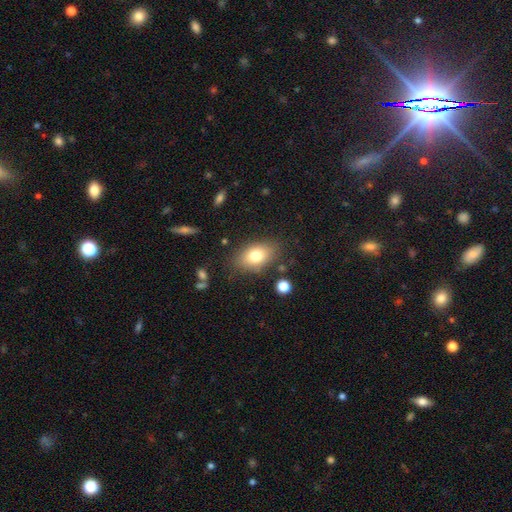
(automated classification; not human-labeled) This appears to be a smooth galaxy with no disk features (77%) that is in between round and cigar-shaped (85%). Merging: none (81%).